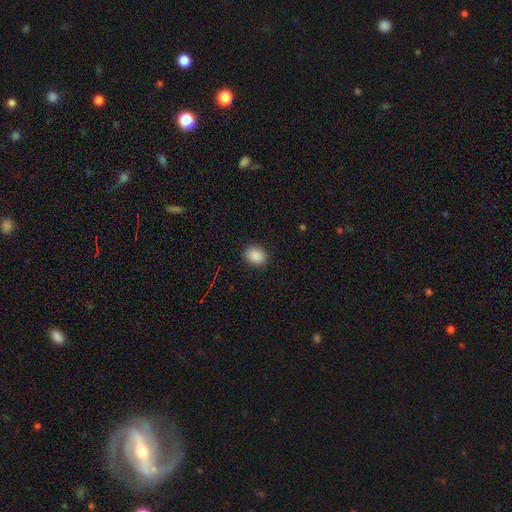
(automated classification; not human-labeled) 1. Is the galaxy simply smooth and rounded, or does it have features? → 88% smooth, 8% star or artifact, 3% featured or disk.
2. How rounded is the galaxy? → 65% in between, 34% round, 1% cigar-shaped.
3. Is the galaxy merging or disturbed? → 87% none, 9% minor disturbance, 3% major disturbance, 1% merger.